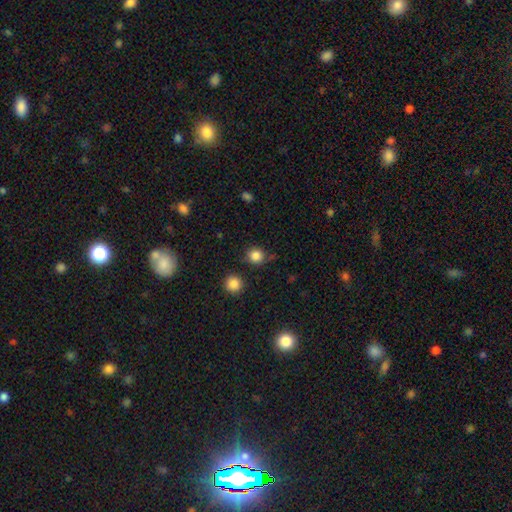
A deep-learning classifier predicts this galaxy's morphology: The model was most divided on "merging": none: 77%, minor disturbance: 14%, merger: 5%, major disturbance: 4%. More confident: how rounded — round (89%); smooth or featured — smooth (84%).